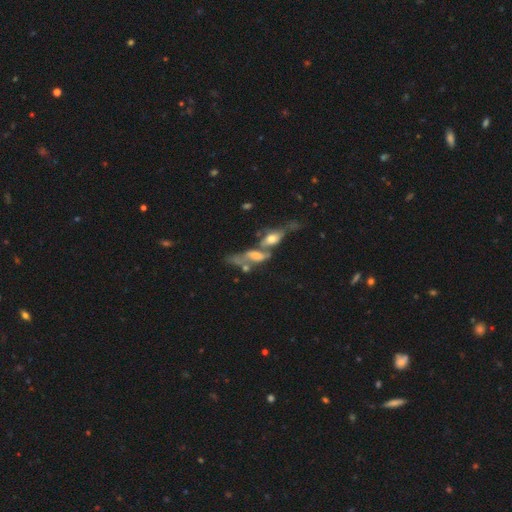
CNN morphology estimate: This is possibly a featured or disk galaxy (50%). It is likely not viewed edge-on (78%). Merging: likely merger (64%).